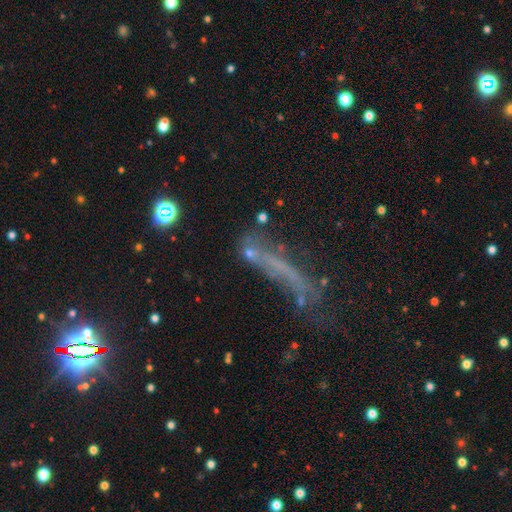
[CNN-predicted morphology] Smooth or featured?
  - featured or disk: 43% *
  - smooth: 37%
  - star or artifact: 19%
Merging?
  - none: 39% *
  - major disturbance: 28%
  - minor disturbance: 21%
  - merger: 12%